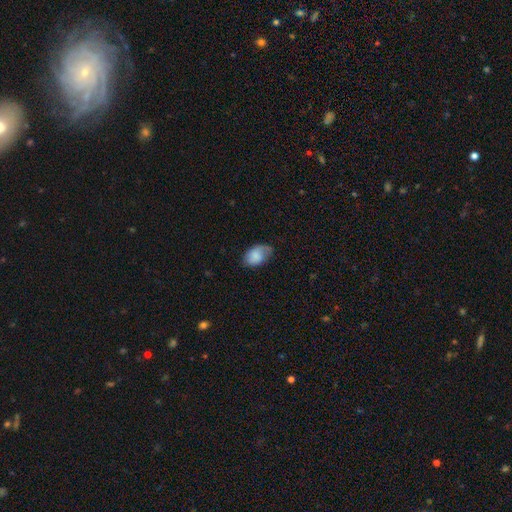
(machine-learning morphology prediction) Smooth or featured: smooth — 76% (featured or disk — 17%)
How rounded: in between — 89% (round — 10%)
Merging: none — 55% (minor disturbance — 33%)